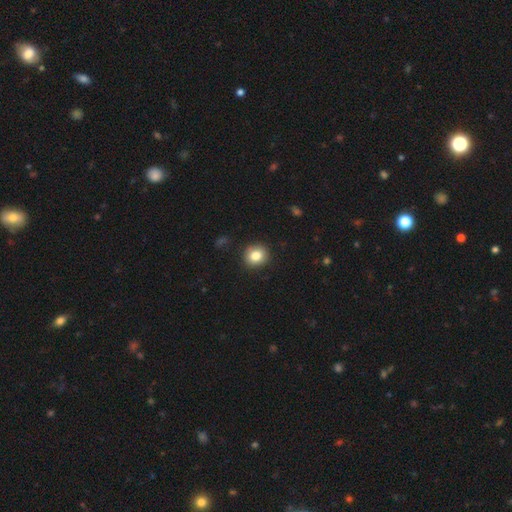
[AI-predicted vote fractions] This is clearly a smooth galaxy (83%). How rounded: clearly round (82%). Merging: clearly none (89%).